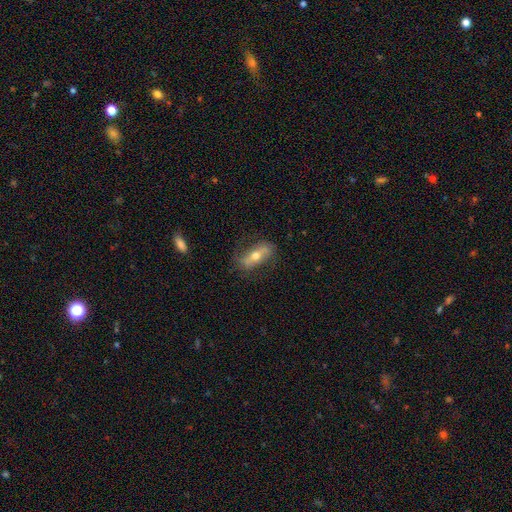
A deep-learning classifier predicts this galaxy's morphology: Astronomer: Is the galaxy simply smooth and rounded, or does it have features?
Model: featured or disk — 51% (runner-up: smooth, 42%).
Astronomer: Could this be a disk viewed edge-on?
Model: no — 66%.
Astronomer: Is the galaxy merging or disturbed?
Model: none — 74%.